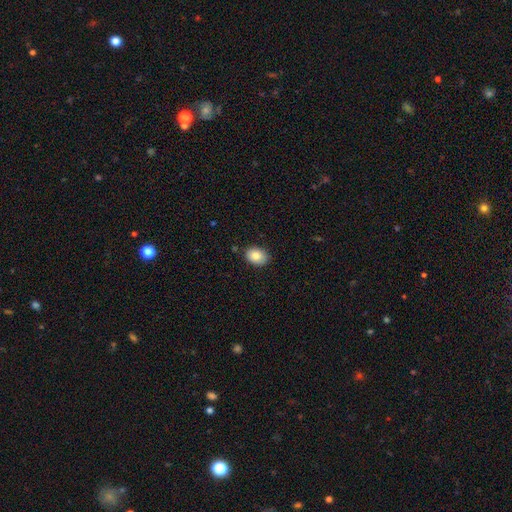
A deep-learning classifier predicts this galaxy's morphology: Smooth or featured?
  - smooth: 83% *
  - featured or disk: 9%
  - star or artifact: 8%
How rounded?
  - in between: 76% *
  - round: 23%
  - cigar-shaped: 1%
Merging?
  - none: 86% *
  - minor disturbance: 11%
  - major disturbance: 2%
  - merger: 1%